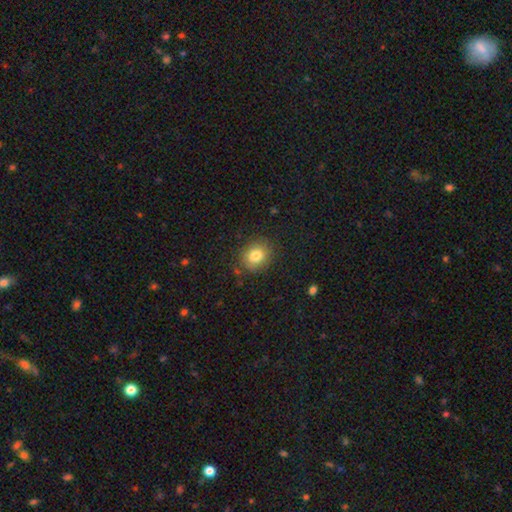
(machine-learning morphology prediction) type=smooth (81%); roundness=round (68%); merging=none (85%).